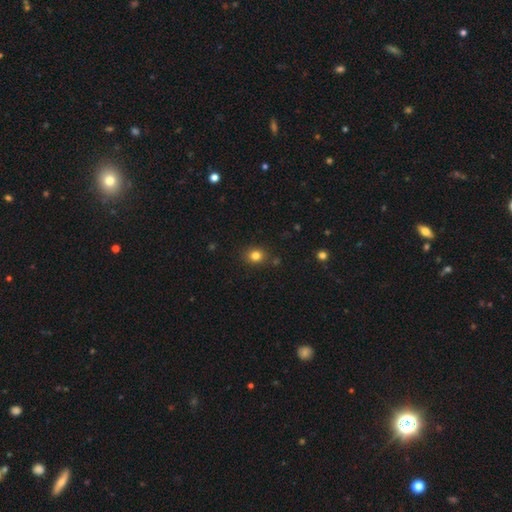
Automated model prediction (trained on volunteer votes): Smooth or featured: smooth — 81% (star or artifact — 13%)
How rounded: round — 69% (in between — 30%)
Merging: none — 84% (minor disturbance — 10%)